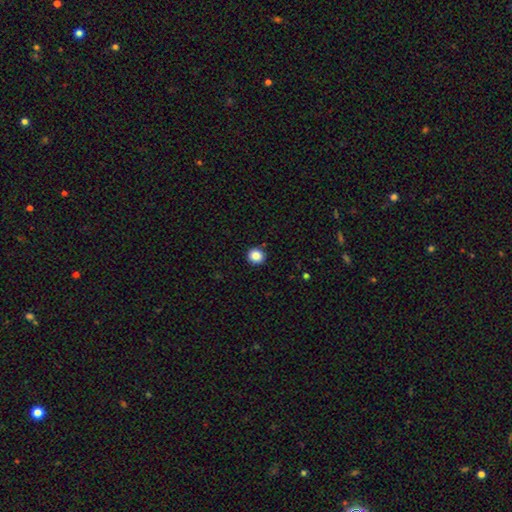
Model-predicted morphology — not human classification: Smooth or featured?
  - smooth: 86% *
  - star or artifact: 10%
  - featured or disk: 3%
How rounded?
  - round: 90% *
  - in between: 9%
  - cigar-shaped: 1%
Merging?
  - none: 92% *
  - minor disturbance: 5%
  - major disturbance: 2%
  - merger: 1%